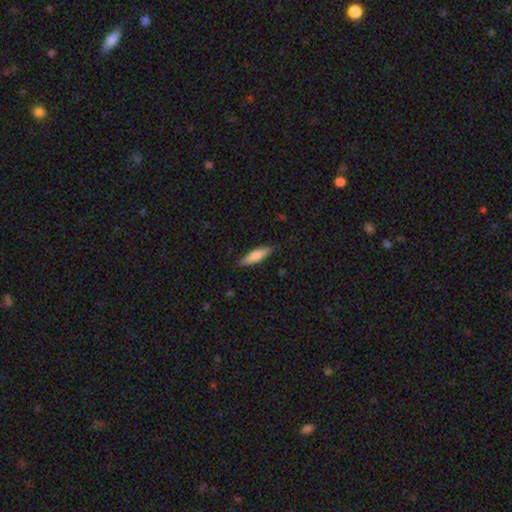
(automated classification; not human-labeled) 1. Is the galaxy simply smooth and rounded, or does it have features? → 77% smooth, 18% featured or disk, 6% star or artifact.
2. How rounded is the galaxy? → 69% cigar-shaped, 29% in between, 2% round.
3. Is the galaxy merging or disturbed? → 85% none, 12% minor disturbance, 2% major disturbance, 1% merger.